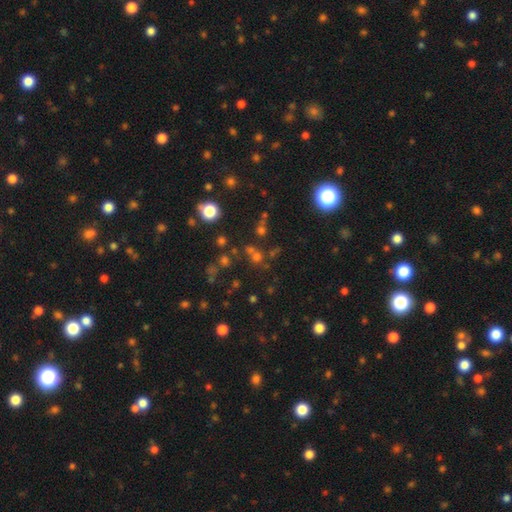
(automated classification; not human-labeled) Smooth or featured? Predicted: smooth (p=0.53). How rounded? Predicted: round (p=0.85). Merging? Predicted: none (p=0.58).